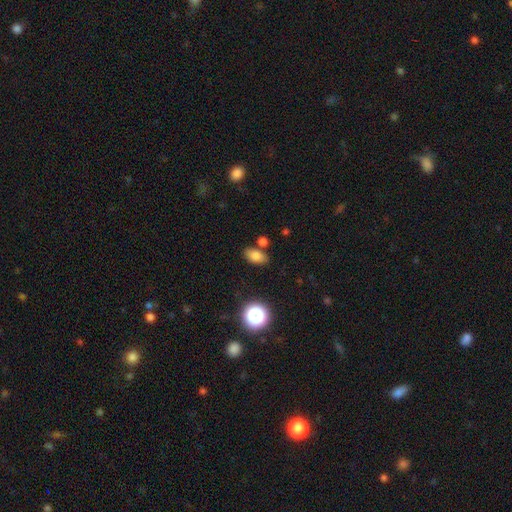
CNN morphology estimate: Overall: smooth (79%). How rounded: in between (87%). Merging: none (75%).